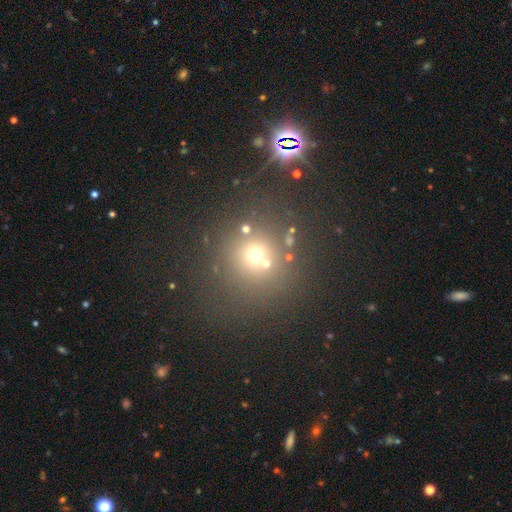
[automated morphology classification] smooth 58%, star or artifact 31%, featured or disk 11%. Down the decision tree: how rounded — round (89%); merging — none (71%).